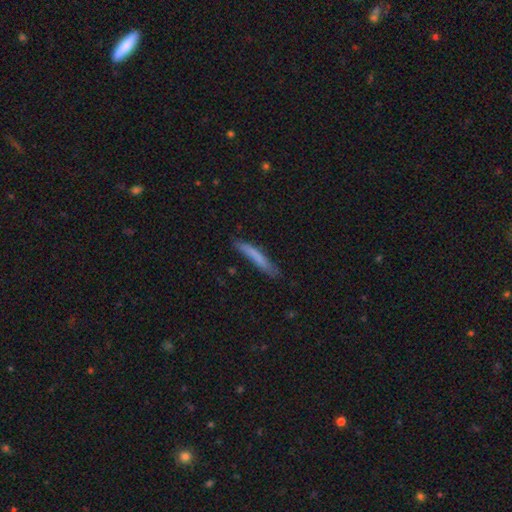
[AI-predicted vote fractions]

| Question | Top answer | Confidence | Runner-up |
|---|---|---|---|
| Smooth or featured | smooth | 73% | featured or disk (20%) |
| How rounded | cigar-shaped | 94% | in between (5%) |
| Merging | none | 74% | minor disturbance (20%) |